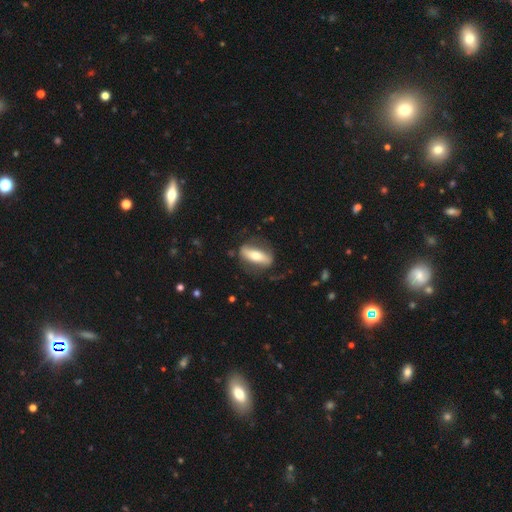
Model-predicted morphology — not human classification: This appears to be a smooth galaxy with no disk features (48%). Merging: none (71%).